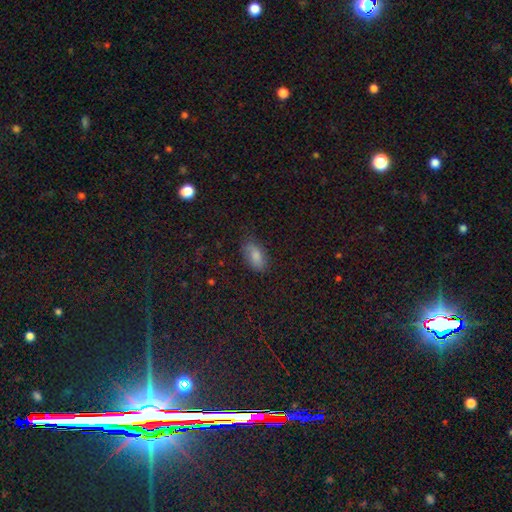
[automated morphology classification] This is clearly a smooth galaxy (81%). How rounded: clearly in between (92%). Merging: likely none (77%).